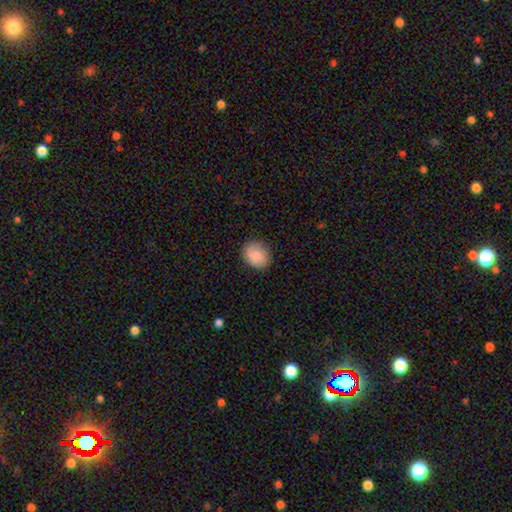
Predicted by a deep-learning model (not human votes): The model was most divided on "how rounded": round: 64%, in between: 35%, cigar-shaped: 1%. More confident: smooth or featured — smooth (87%); merging — none (84%).